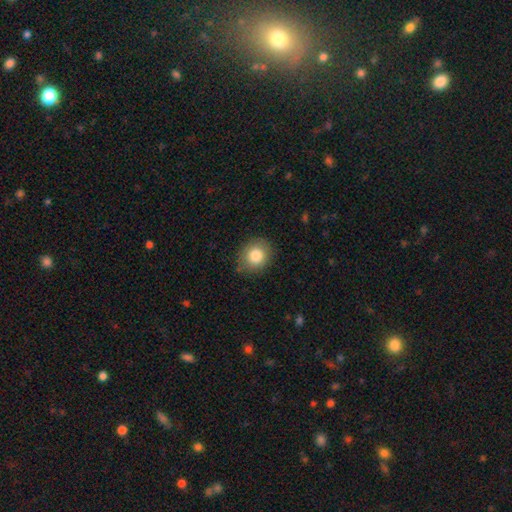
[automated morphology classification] This is clearly a smooth galaxy (83%). How rounded: likely round (77%). Merging: clearly none (85%).